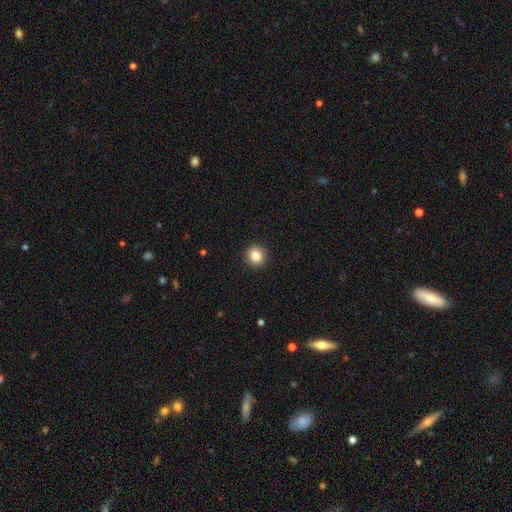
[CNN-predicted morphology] Smooth or featured? smooth (84%)
How rounded? round (91%)
Merging? none (93%)